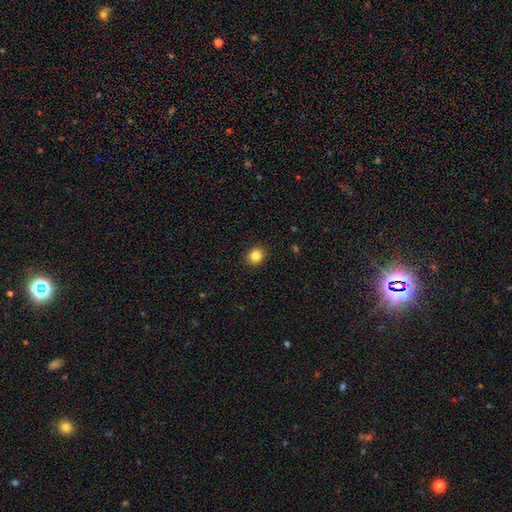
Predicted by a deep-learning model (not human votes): A smooth galaxy with no disk features (84%) that is round (76%).

Vote fractions:
- Smooth or featured? smooth: 84% / star or artifact: 11% / featured or disk: 5%
- How rounded? round: 76% / in between: 23% / cigar-shaped: 1%
- Merging? none: 91% / minor disturbance: 6% / major disturbance: 2% / merger: 1%